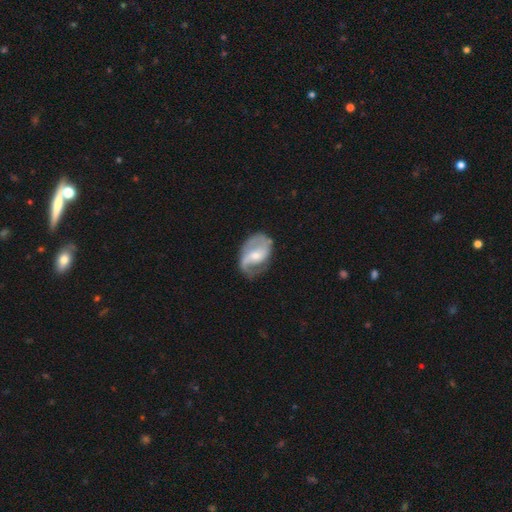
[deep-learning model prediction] Overall: featured or disk (81%). Edge-on disk: no (97%). Bar: weak (44%; no 36%). Spiral arms: yes (91%). Spiral arm count: 2 (81%). Spiral winding: medium (44%; loose 40%). Bulge size: small (50%; moderate 44%). Merging: none (61%; minor disturbance 23%).